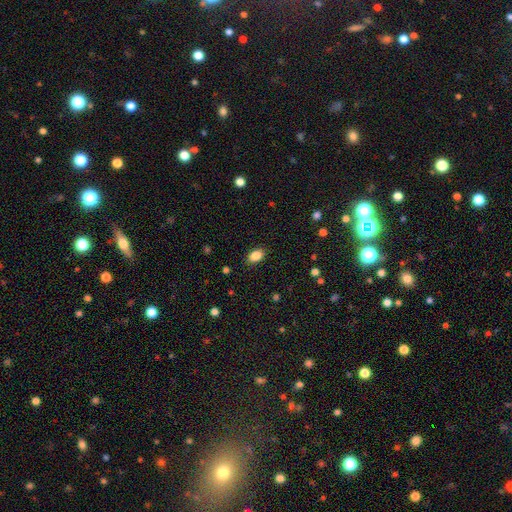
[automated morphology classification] Smooth or featured?
  - smooth: 87% *
  - star or artifact: 9%
  - featured or disk: 4%
How rounded?
  - in between: 86% *
  - round: 13%
  - cigar-shaped: 1%
Merging?
  - none: 87% *
  - minor disturbance: 10%
  - major disturbance: 3%
  - merger: 1%